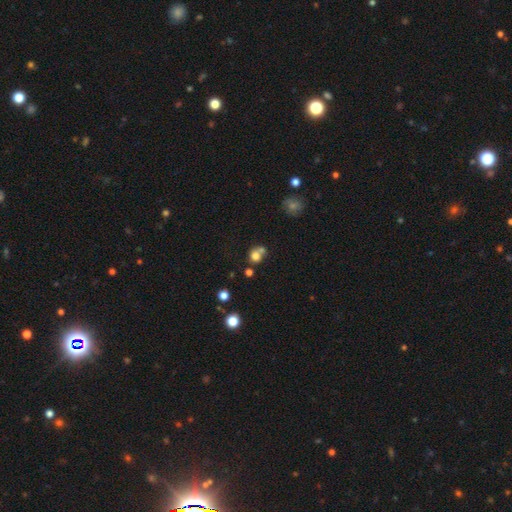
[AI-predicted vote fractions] Smooth or featured? smooth (76%)
How rounded? round (75%)
Merging? merger (45%)